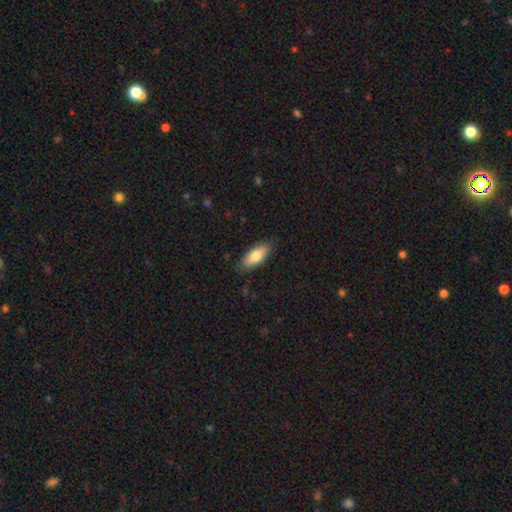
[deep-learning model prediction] Smooth or featured? smooth (75%)
How rounded? in between (75%)
Merging? none (85%)